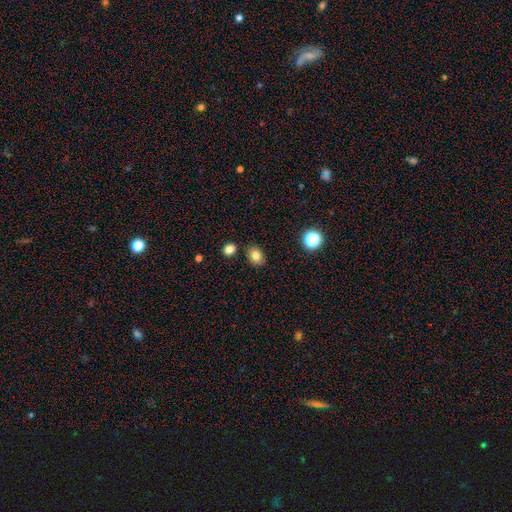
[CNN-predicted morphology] Overall: smooth (81%). How rounded: in between (63%; round 36%). Merging: none (84%).